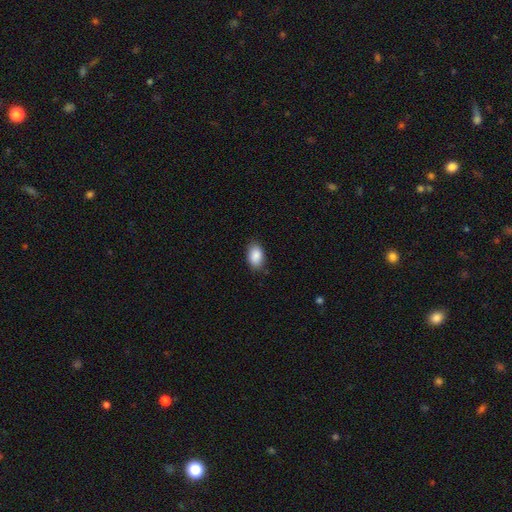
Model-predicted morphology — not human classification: The model was most divided on "merging": none: 83%, minor disturbance: 13%, major disturbance: 3%, merger: 1%. More confident: how rounded — in between (91%); smooth or featured — smooth (89%).